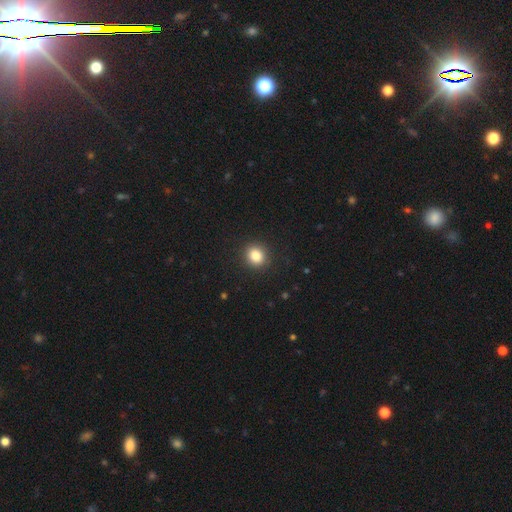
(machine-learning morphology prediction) Q: Smooth or featured?
A: smooth (85%); runner-up: star or artifact (10%)
Q: How rounded?
A: round (78%); runner-up: in between (21%)
Q: Merging?
A: none (90%); runner-up: minor disturbance (6%)